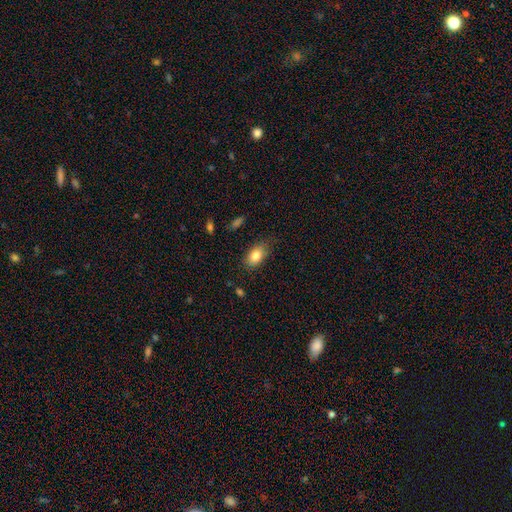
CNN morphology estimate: Smooth or featured?
  - smooth: 82% *
  - featured or disk: 10%
  - star or artifact: 8%
How rounded?
  - in between: 89% *
  - round: 9%
  - cigar-shaped: 2%
Merging?
  - none: 76% *
  - minor disturbance: 19%
  - major disturbance: 4%
  - merger: 1%